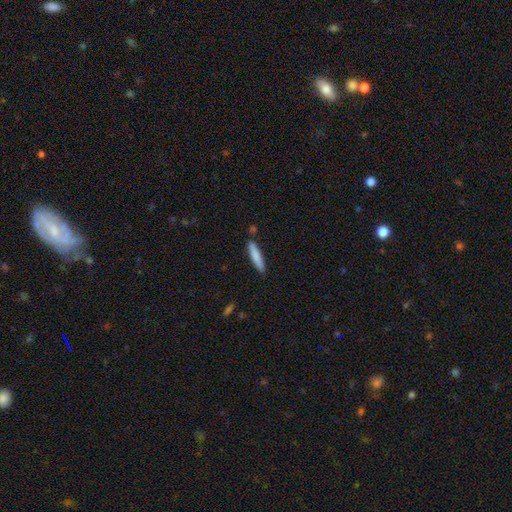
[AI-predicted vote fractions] Smooth or featured? Predicted: smooth (p=0.80). How rounded? Predicted: cigar-shaped (p=0.90). Merging? Predicted: none (p=0.87).